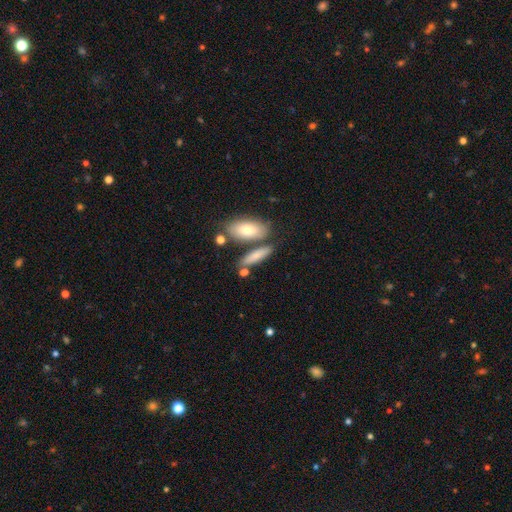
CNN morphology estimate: Smooth or featured? smooth (77%)
How rounded? cigar-shaped (49%)
Merging? none (64%)